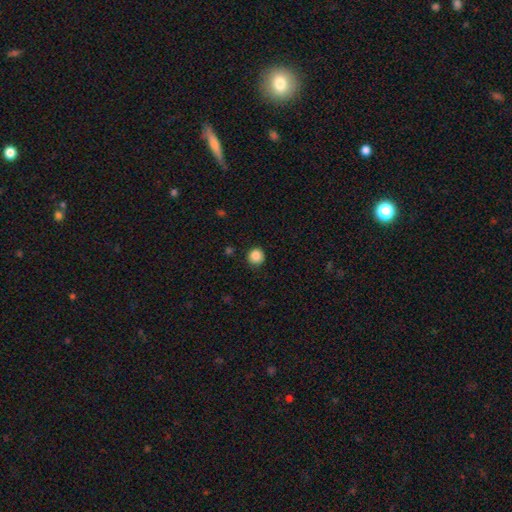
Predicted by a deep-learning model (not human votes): Morphology: type=smooth (87%); roundness=round (94%); merging=none (91%).